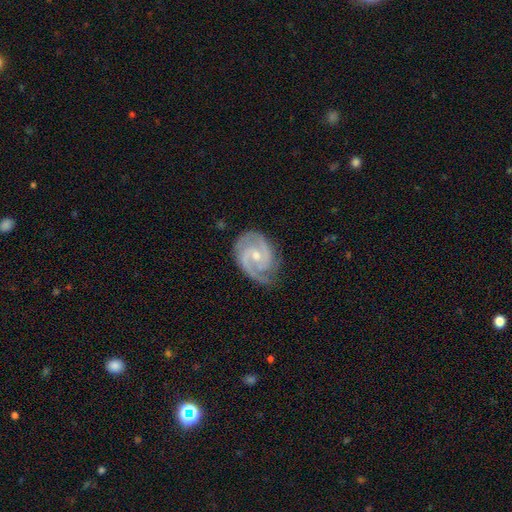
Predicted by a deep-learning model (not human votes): This appears to be a featured or disk galaxy (91%) with no bar (49%), 2 (78%) tight (51%) spiral arms (98%) and a small central bulge (51%). Merging: none (76%).